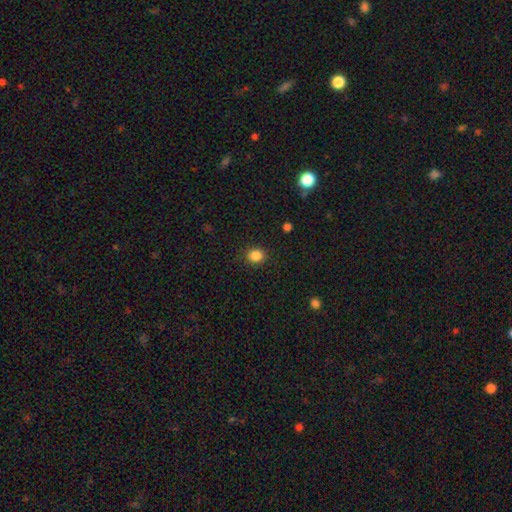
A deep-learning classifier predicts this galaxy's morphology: This appears to be a smooth galaxy with no disk features (85%) that is round (75%). Merging: none (89%).